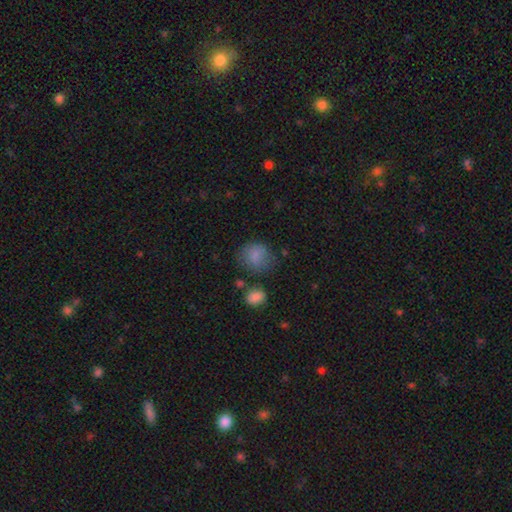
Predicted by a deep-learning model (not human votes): Smooth or featured? Predicted: smooth (p=0.82). How rounded? Predicted: round (p=0.72). Merging? Predicted: none (p=0.64).